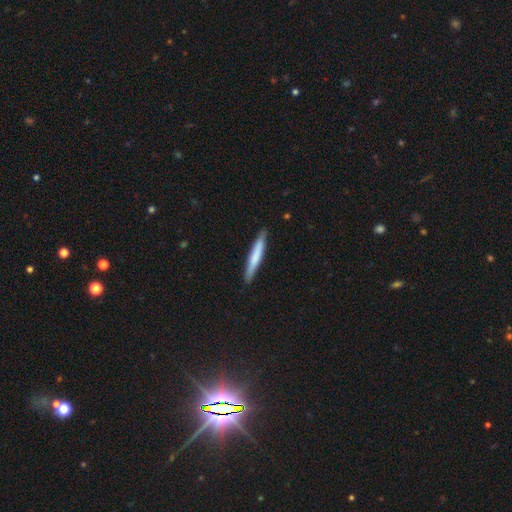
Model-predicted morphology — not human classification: This is likely a smooth galaxy (68%). How rounded: clearly cigar-shaped (95%). Merging: clearly none (89%).